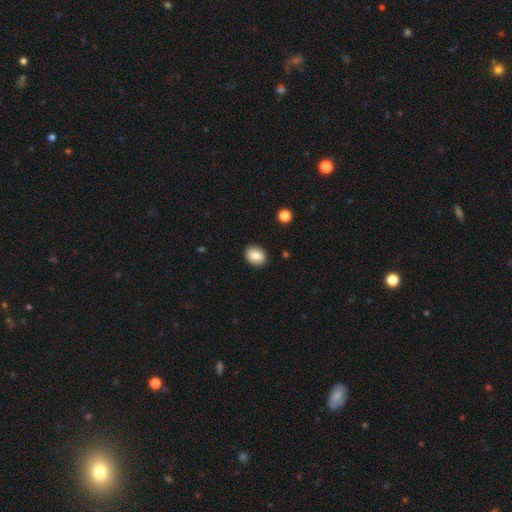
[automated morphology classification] The model was most divided on "how rounded": round: 50%, in between: 49%, cigar-shaped: 1%. More confident: merging — none (90%); smooth or featured — smooth (84%).